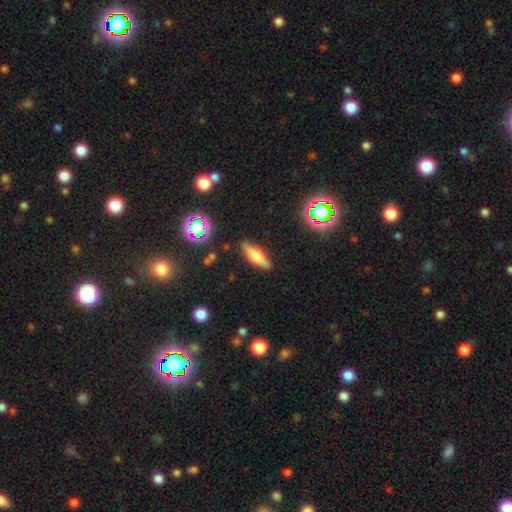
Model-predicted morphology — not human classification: Smooth or featured?
  - featured or disk: 46% *
  - smooth: 44%
  - star or artifact: 10%
Merging?
  - none: 86% *
  - minor disturbance: 10%
  - major disturbance: 2%
  - merger: 2%